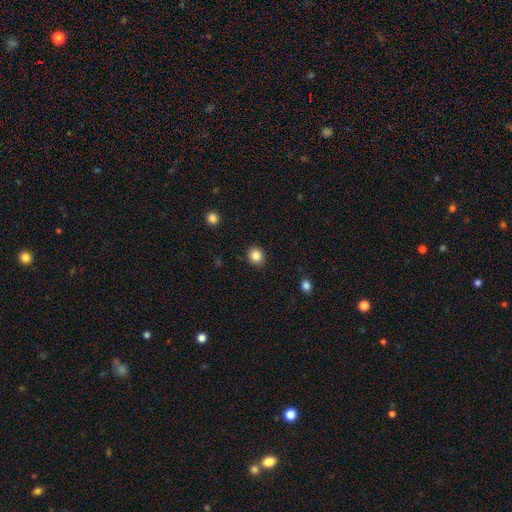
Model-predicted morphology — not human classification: Smooth or featured: smooth — 85% (star or artifact — 10%)
How rounded: round — 78% (in between — 21%)
Merging: none — 90% (minor disturbance — 7%)